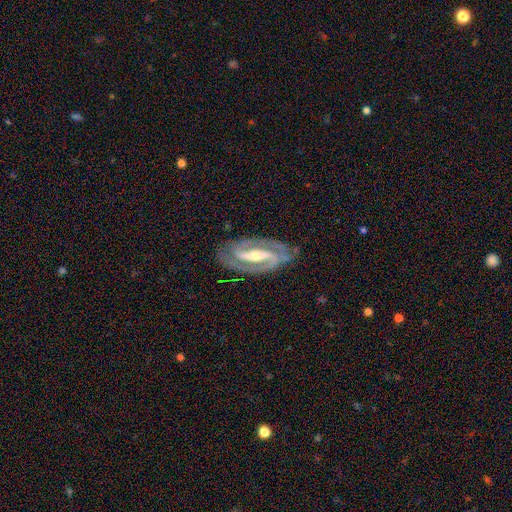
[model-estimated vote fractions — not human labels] Overall: featured or disk (91%). Edge-on disk: no (94%). Bar: strong (60%; weak 28%). Spiral arms: yes (98%). Spiral arm count: 2 (89%). Spiral winding: tight (50%; medium 42%). Bulge size: moderate (55%; small 40%). Merging: none (84%).